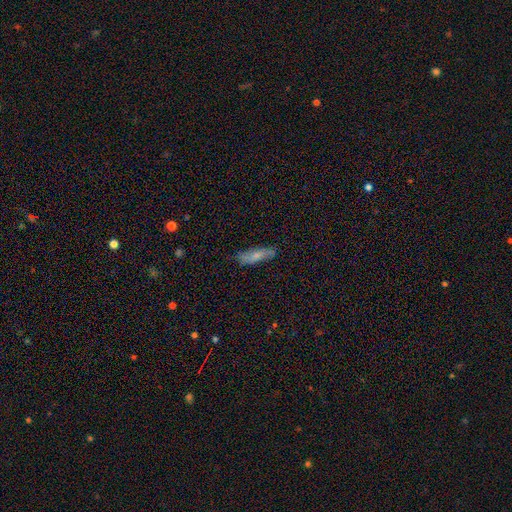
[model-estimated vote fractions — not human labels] The model was most divided on "how rounded": cigar-shaped: 55%, in between: 43%, round: 2%. More confident: merging — none (76%); smooth or featured — smooth (61%).